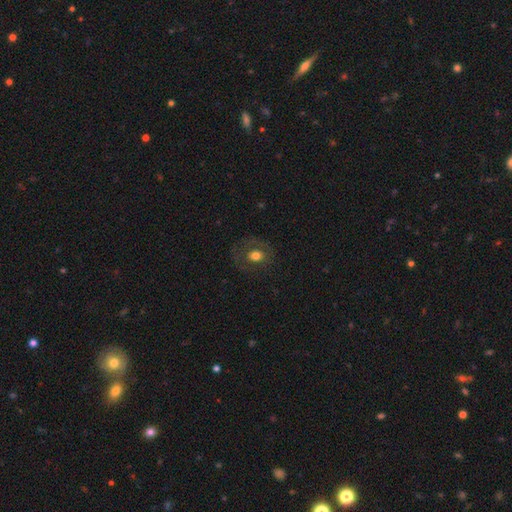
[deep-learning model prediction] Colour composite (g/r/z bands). It shows a smooth galaxy with no disk features (61%) that is round (53%). Merging: none (75%).